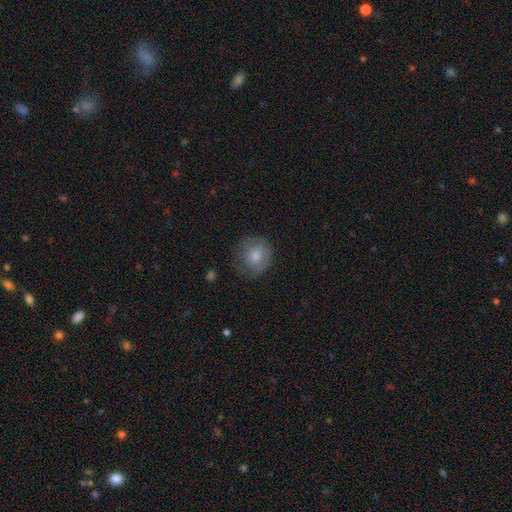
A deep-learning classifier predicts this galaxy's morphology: This appears to be a smooth galaxy with no disk features (77%) that is round (86%). Merging: none (67%).